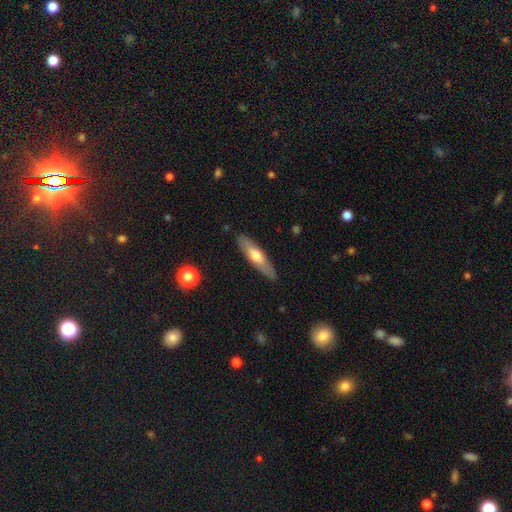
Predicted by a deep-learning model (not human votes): smooth_or_featured: smooth (p=0.50) [alt: featured or disk p=0.45]
merging: none (p=0.87) [alt: minor disturbance p=0.10]